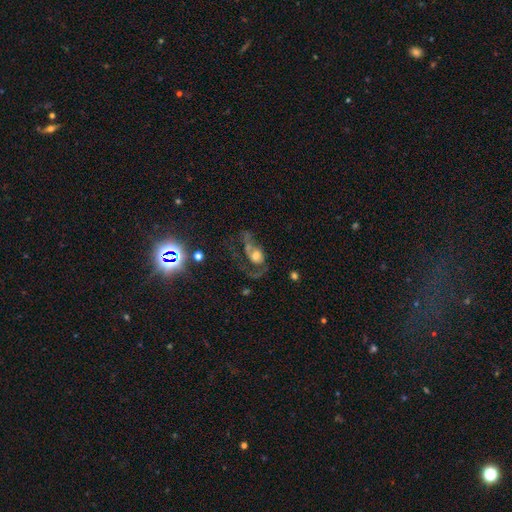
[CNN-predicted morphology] smooth-or-featured: featured or disk: 60% | smooth: 29% | star or artifact: 11%
  disk-edge-on: no: 95% | yes: 5%
    bar: no: 74% | weak: 20% | strong: 5%
    has-spiral-arms: yes: 70% | no: 30%
    bulge-size: moderate: 53% | large: 24% | small: 15% | none: 4% | dominant: 4%
  merging: major disturbance: 51% | none: 25% | minor disturbance: 14% | merger: 10%